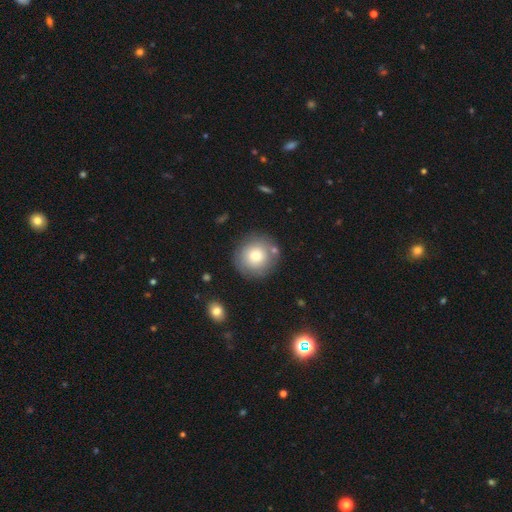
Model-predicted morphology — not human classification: Smooth or featured? Predicted: smooth (p=0.76). How rounded? Predicted: round (p=0.93). Merging? Predicted: none (p=0.81).